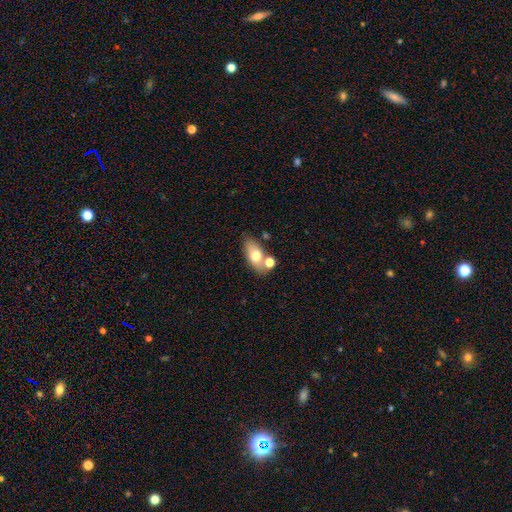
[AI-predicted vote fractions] smooth_or_featured: smooth (p=0.68) [alt: featured or disk p=0.24]
how_rounded: in between (p=0.83) [alt: round p=0.10]
merging: none (p=0.61) [alt: merger p=0.21]